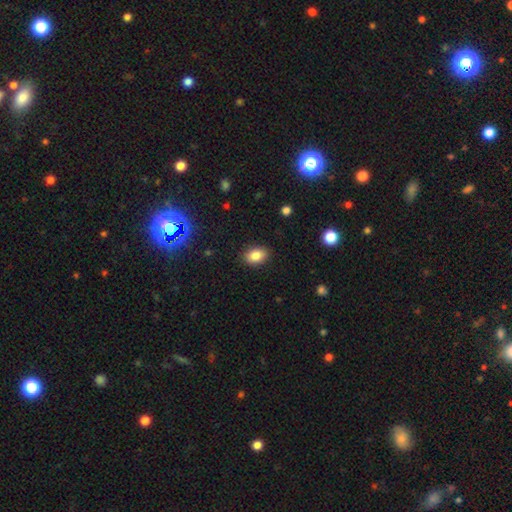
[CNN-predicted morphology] A smooth galaxy with no disk features (84%) that is in between round and cigar-shaped (81%).

Vote fractions:
- Smooth or featured? smooth: 84% / star or artifact: 10% / featured or disk: 7%
- How rounded? in between: 81% / round: 18% / cigar-shaped: 1%
- Merging? none: 88% / minor disturbance: 9% / major disturbance: 2% / merger: 1%